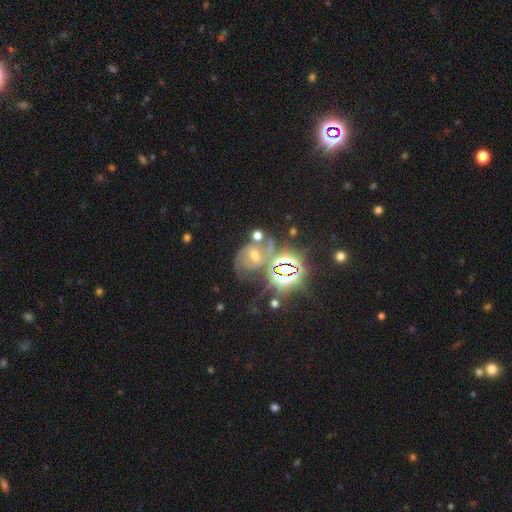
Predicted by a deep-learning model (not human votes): smooth-or-featured: star or artifact: 51% | featured or disk: 36% | smooth: 13%